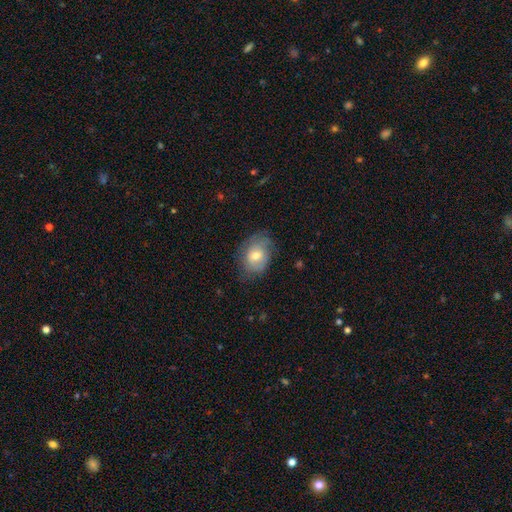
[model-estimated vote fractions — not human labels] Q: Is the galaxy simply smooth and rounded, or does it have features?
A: smooth — 63%.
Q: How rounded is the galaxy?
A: in between — 67%.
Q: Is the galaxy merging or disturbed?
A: none — 66%.